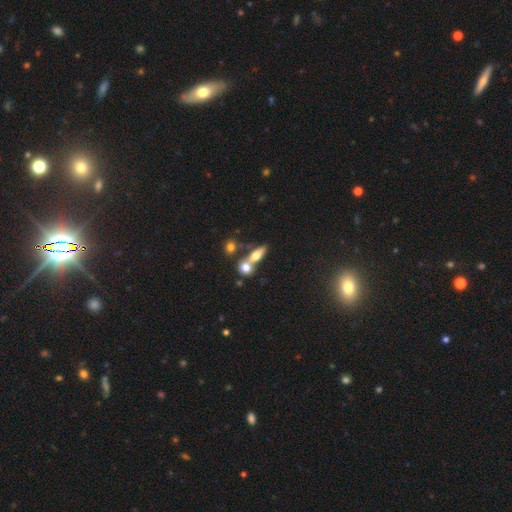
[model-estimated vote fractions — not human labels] Q: Smooth or featured?
A: smooth (60%); runner-up: featured or disk (29%)
Q: How rounded?
A: in between (57%); runner-up: cigar-shaped (28%)
Q: Merging?
A: merger (45%); runner-up: none (38%)